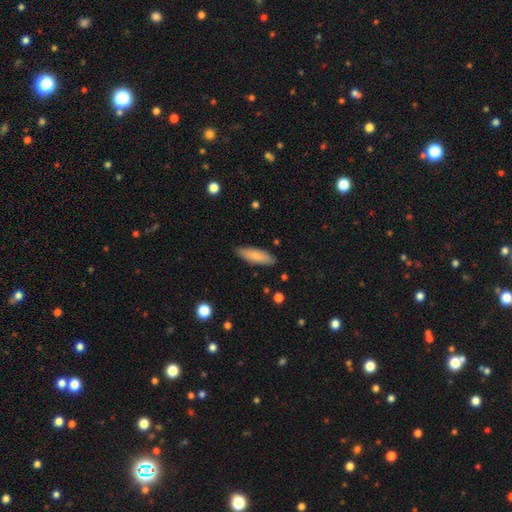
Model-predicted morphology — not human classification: Smooth or featured?
  - smooth: 82% *
  - featured or disk: 12%
  - star or artifact: 6%
How rounded?
  - cigar-shaped: 53% *
  - in between: 45%
  - round: 2%
Merging?
  - none: 87% *
  - minor disturbance: 10%
  - major disturbance: 2%
  - merger: 1%